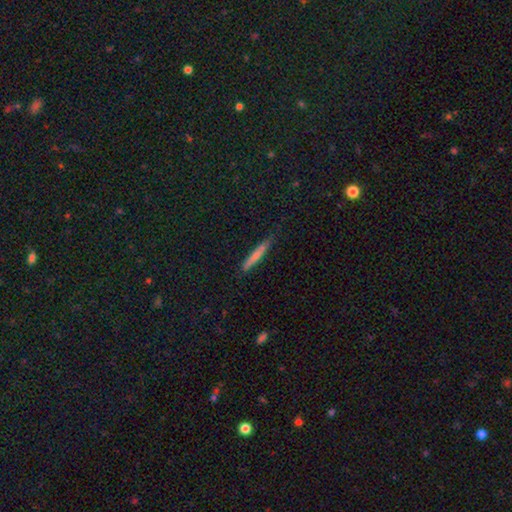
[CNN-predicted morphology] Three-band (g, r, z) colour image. It shows a smooth galaxy with no disk features (69%) that is cigar-shaped (94%). Merging: none (81%).